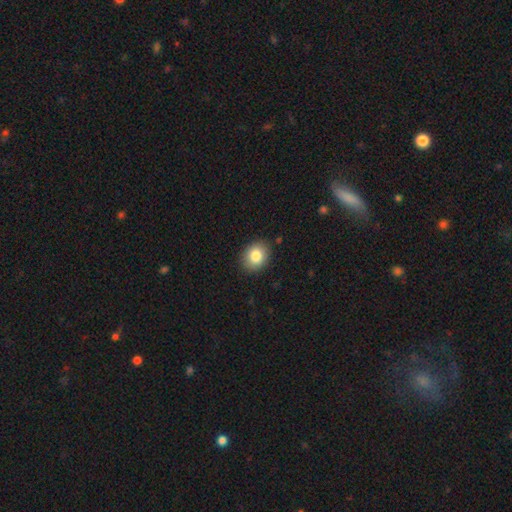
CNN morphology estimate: type=smooth (83%); roundness=in between (53%); merging=none (88%).